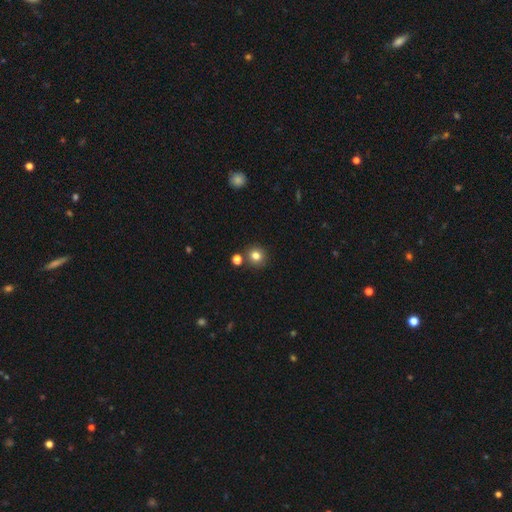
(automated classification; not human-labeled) Overall: smooth (81%). How rounded: round (91%). Merging: none (81%).